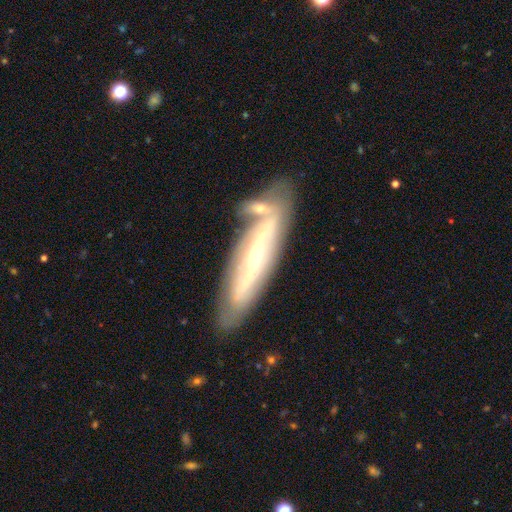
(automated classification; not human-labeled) The model was most divided on "edge-on disk": no: 64%, yes: 36%. More confident: smooth or featured — featured or disk (73%); merging — none (65%).